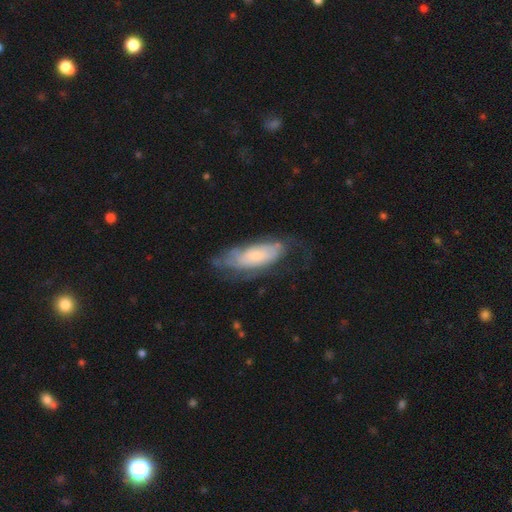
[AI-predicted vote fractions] Overall: featured or disk (60%; smooth 33%). Edge-on disk: no (83%). Bar: no (73%). Spiral arms: yes (79%). Bulge size: small (52%; moderate 29%). Merging: none (52%; minor disturbance 26%).